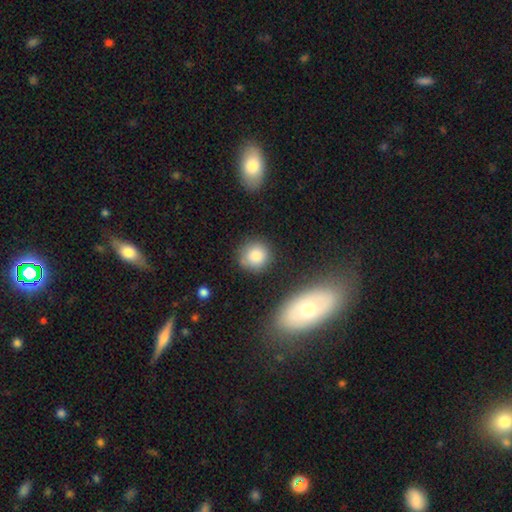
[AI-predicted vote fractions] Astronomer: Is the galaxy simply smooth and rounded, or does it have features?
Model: smooth — 84%.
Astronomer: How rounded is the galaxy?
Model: round — 88%.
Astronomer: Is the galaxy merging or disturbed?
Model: none — 81%.